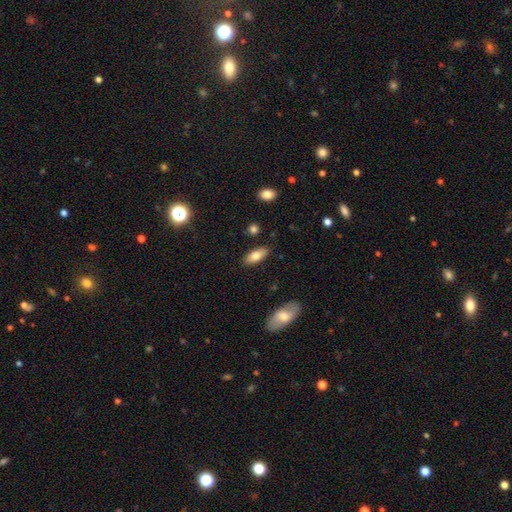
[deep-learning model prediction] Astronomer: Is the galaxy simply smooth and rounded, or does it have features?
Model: smooth — 77%.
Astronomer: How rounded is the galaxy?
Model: in between — 83%.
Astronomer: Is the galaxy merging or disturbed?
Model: none — 87%.